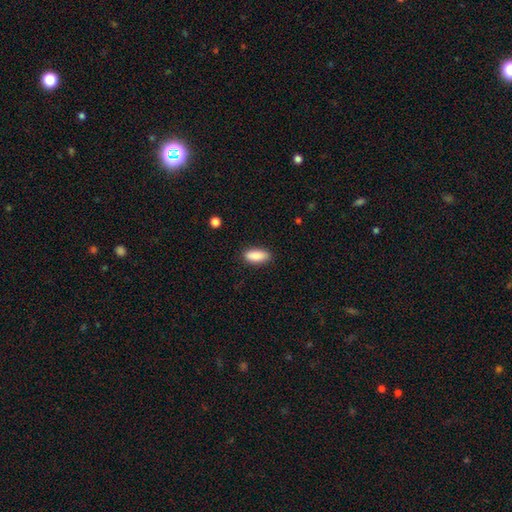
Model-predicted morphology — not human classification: Smooth or featured? Predicted: smooth (p=0.88). How rounded? Predicted: in between (p=0.79). Merging? Predicted: none (p=0.86).